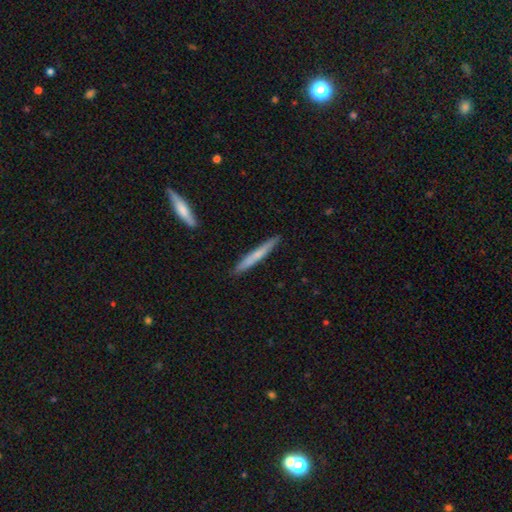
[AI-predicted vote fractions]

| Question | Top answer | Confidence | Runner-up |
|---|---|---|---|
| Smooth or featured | smooth | 58% | featured or disk (36%) |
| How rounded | cigar-shaped | 96% | in between (3%) |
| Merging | none | 90% | minor disturbance (7%) |